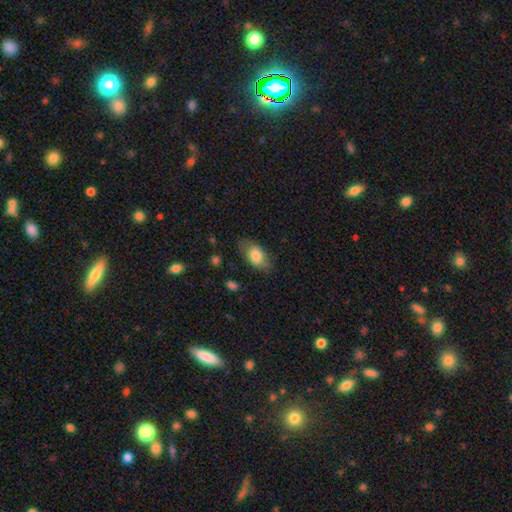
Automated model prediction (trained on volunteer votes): A smooth galaxy with no disk features (78%) that is in between round and cigar-shaped (90%).

Vote fractions:
- Smooth or featured? smooth: 78% / featured or disk: 15% / star or artifact: 7%
- How rounded? in between: 90% / round: 6% / cigar-shaped: 3%
- Merging? none: 71% / minor disturbance: 21% / major disturbance: 6% / merger: 1%